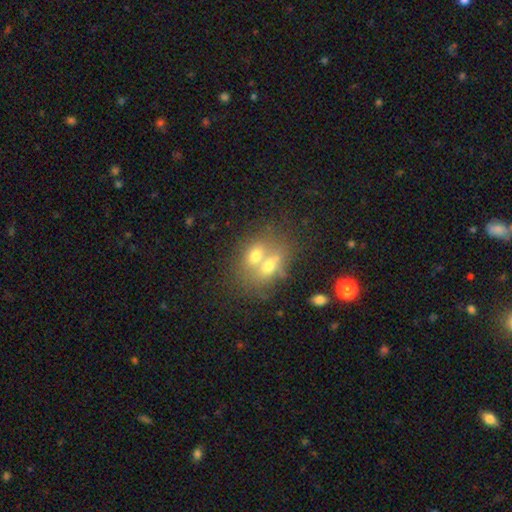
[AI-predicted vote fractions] Smooth or featured: smooth — 60% (featured or disk — 28%)
How rounded: in between — 61% (round — 37%)
Merging: merger — 69% (none — 21%)